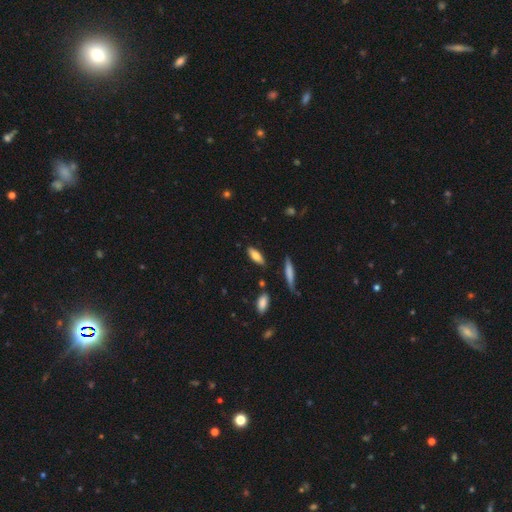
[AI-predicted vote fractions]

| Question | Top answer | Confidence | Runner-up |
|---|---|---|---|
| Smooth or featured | smooth | 76% | featured or disk (17%) |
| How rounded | in between | 64% | cigar-shaped (34%) |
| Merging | none | 83% | minor disturbance (12%) |